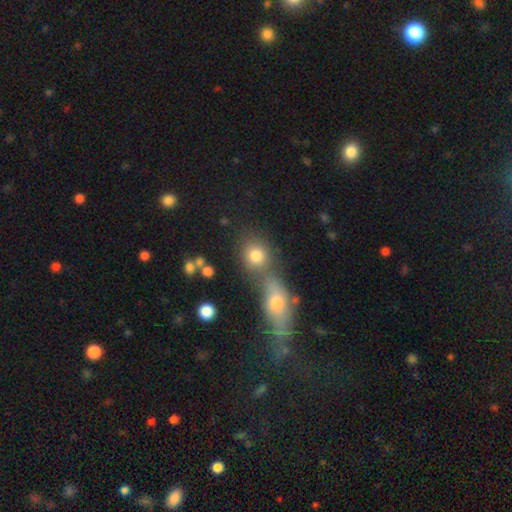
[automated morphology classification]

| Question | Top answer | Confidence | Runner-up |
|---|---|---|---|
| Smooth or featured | smooth | 78% | star or artifact (12%) |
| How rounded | round | 69% | in between (28%) |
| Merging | none | 46% | merger (41%) |